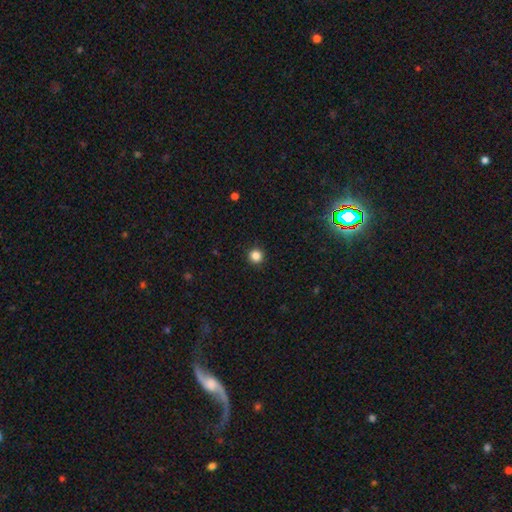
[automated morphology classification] smooth 85%, star or artifact 12%, featured or disk 3%. Down the decision tree: how rounded — round (96%); merging — none (93%).